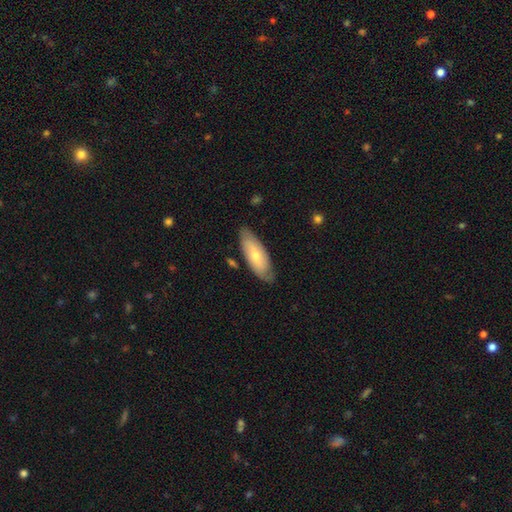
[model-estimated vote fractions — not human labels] This is possibly a smooth galaxy (57%). How rounded: likely in between (74%). Merging: likely none (77%).